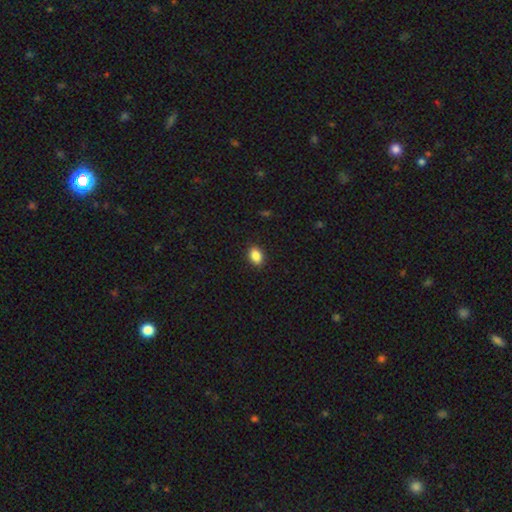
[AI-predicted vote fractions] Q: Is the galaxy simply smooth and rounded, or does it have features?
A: smooth — 87%.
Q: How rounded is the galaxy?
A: in between — 80%.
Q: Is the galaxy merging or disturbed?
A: none — 90%.